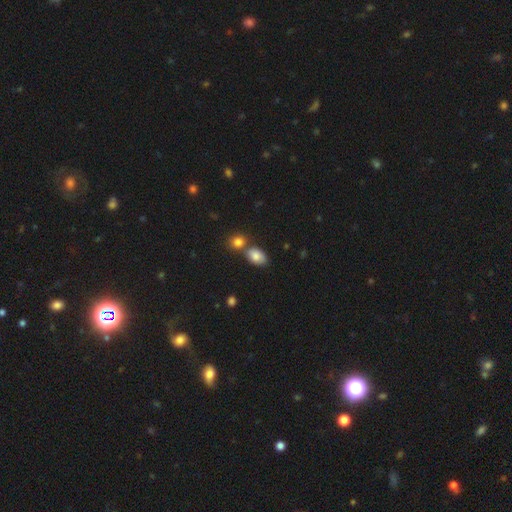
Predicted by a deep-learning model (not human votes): Smooth or featured? Predicted: smooth (p=0.83). How rounded? Predicted: in between (p=0.86). Merging? Predicted: none (p=0.51).